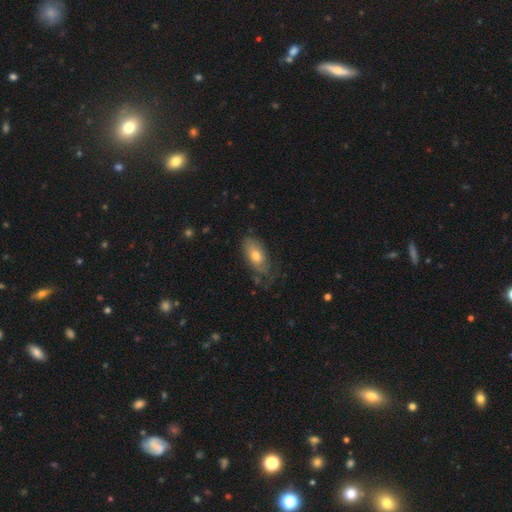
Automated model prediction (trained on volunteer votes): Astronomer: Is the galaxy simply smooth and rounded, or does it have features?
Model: smooth — 65%.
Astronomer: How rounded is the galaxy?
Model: in between — 89%.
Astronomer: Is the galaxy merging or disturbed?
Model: none — 54% (runner-up: minor disturbance, 31%).